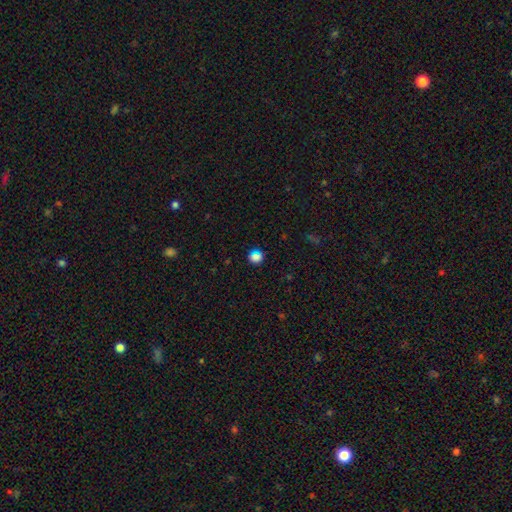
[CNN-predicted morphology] type=smooth (77%); roundness=round (89%); merging=none (86%).